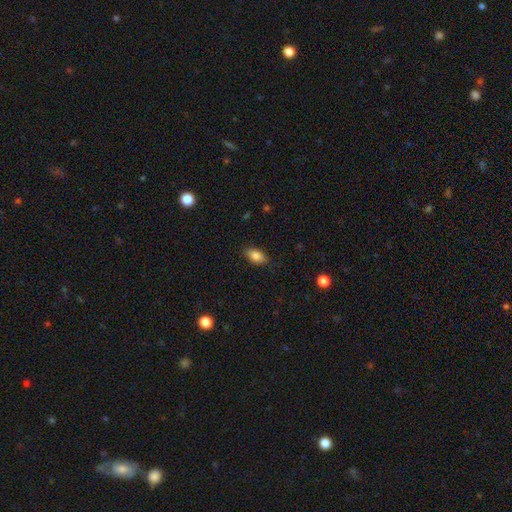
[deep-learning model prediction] Overall: smooth (83%). How rounded: in between (87%). Merging: none (80%).